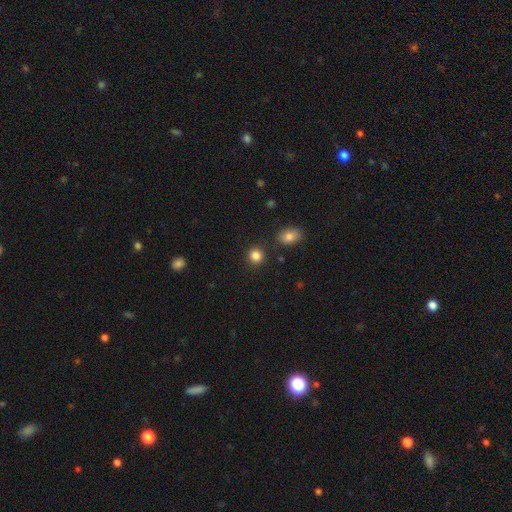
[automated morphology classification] Smooth or featured: smooth — 84% (star or artifact — 11%)
How rounded: round — 86% (in between — 13%)
Merging: none — 86% (minor disturbance — 7%)